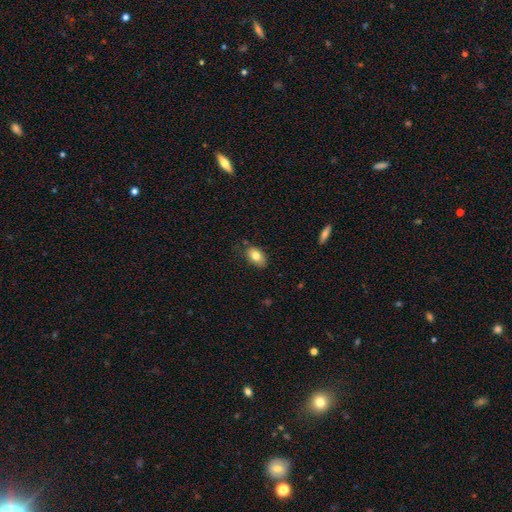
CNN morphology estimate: The model was most divided on "merging": none: 75%, minor disturbance: 19%, major disturbance: 3%, merger: 2%. More confident: how rounded — in between (90%); smooth or featured — smooth (79%).